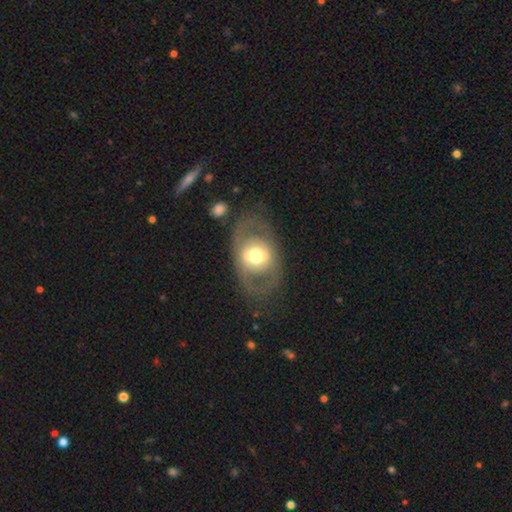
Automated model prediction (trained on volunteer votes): Smooth or featured? Predicted: featured or disk (p=0.57). Edge-on disk? Predicted: no (p=0.91). Bar? Predicted: no (p=0.47). Spiral arms? Predicted: no (p=0.75). Bulge size? Predicted: moderate (p=0.58). Merging? Predicted: none (p=0.73).